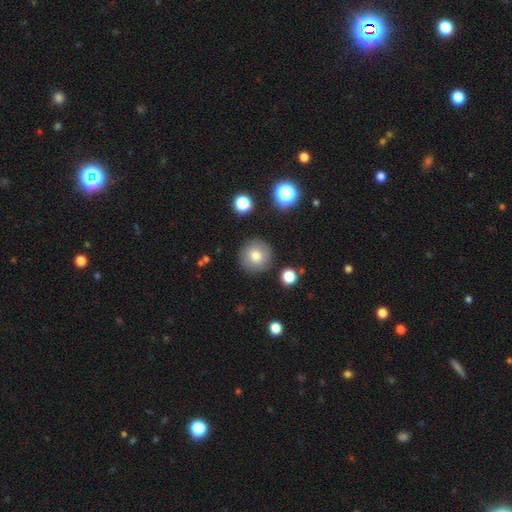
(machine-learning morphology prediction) This is likely a smooth galaxy (78%). How rounded: clearly round (93%). Merging: clearly none (86%).